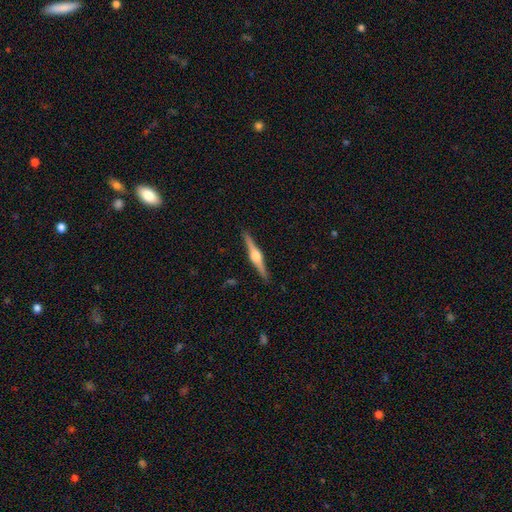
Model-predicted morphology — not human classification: featured or disk 80%, smooth 15%, star or artifact 5%. Down the decision tree: edge-on disk — yes (98%); edge-on bulge — rounded (93%); merging — none (92%).